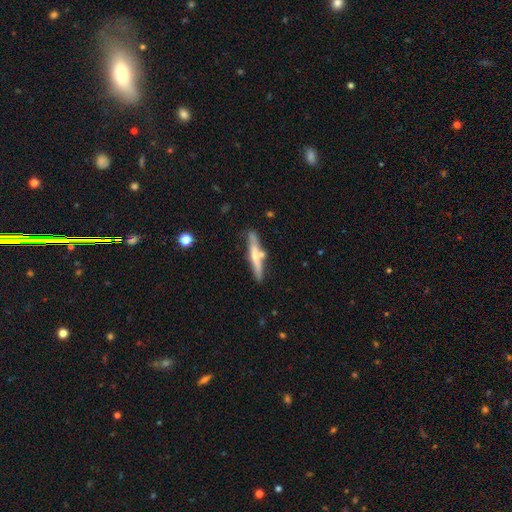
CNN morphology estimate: Overall: smooth (49%; featured or disk 45%). Merging: none (71%).